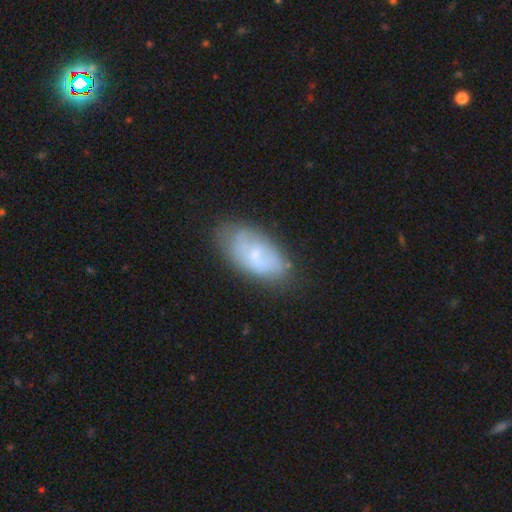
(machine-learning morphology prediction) This appears to be a smooth galaxy with no disk features (51%) that is in between round and cigar-shaped (92%). Merging: none (64%).